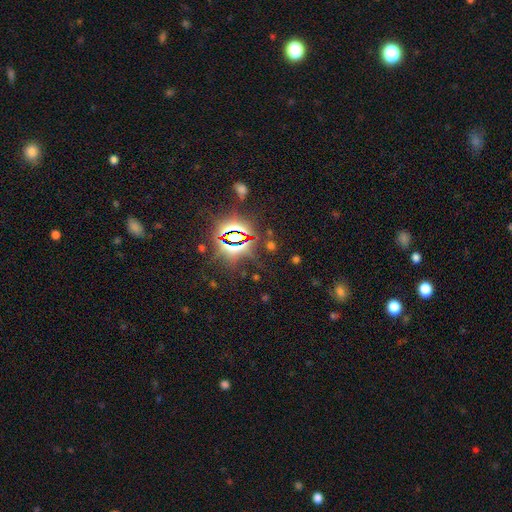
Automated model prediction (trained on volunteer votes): This appears to be a star or artifact, not a galaxy (83%).